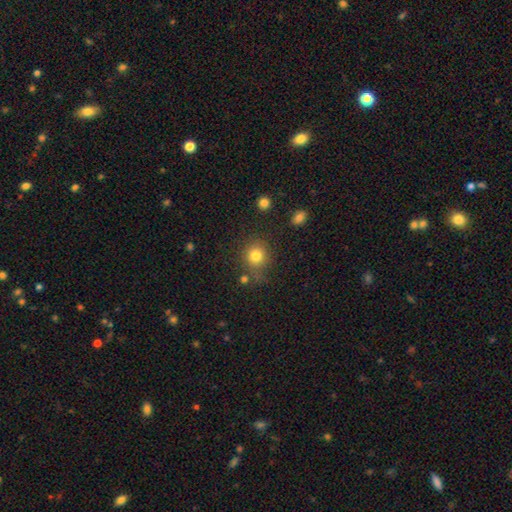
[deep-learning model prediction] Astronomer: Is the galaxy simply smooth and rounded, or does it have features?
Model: smooth — 81%.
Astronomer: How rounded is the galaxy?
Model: round — 86%.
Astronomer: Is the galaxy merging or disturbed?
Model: none — 75%.